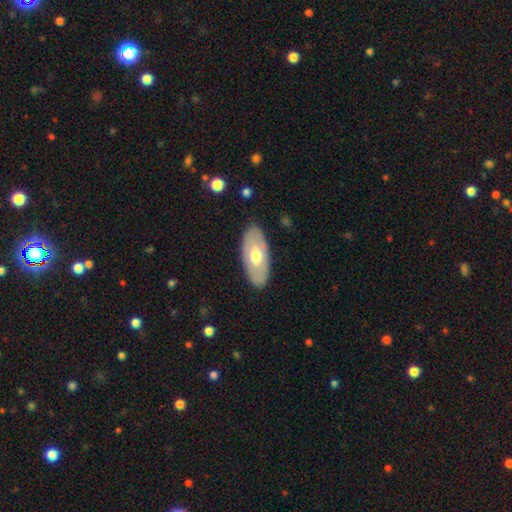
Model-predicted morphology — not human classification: Smooth or featured? Predicted: smooth (p=0.51). How rounded? Predicted: in between (p=0.90). Merging? Predicted: none (p=0.85).